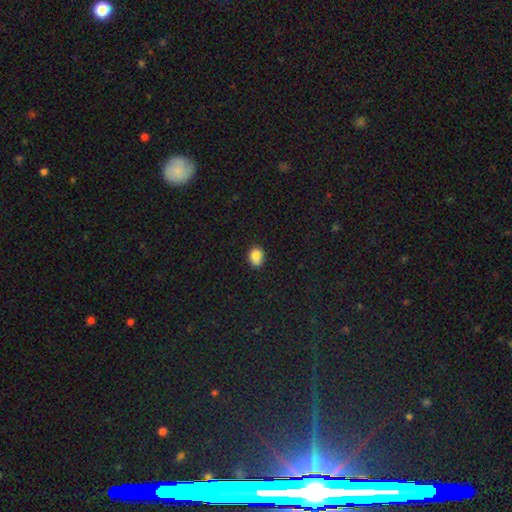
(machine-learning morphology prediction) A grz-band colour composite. It shows a smooth galaxy with no disk features (85%) that is in between round and cigar-shaped (55%). Merging: none (80%).